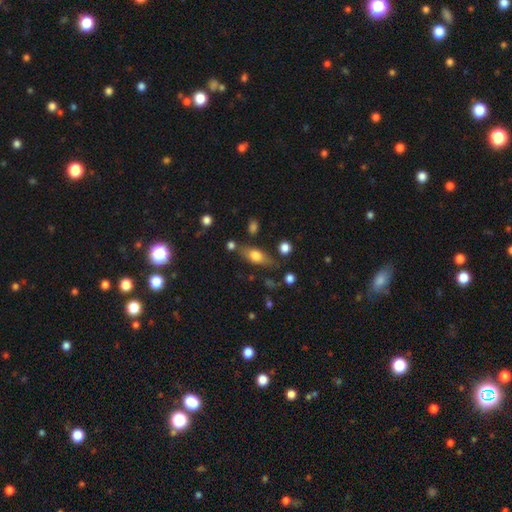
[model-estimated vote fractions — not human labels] This appears to be a smooth galaxy with no disk features (66%) that is in between round and cigar-shaped (75%). Merging: none (69%).